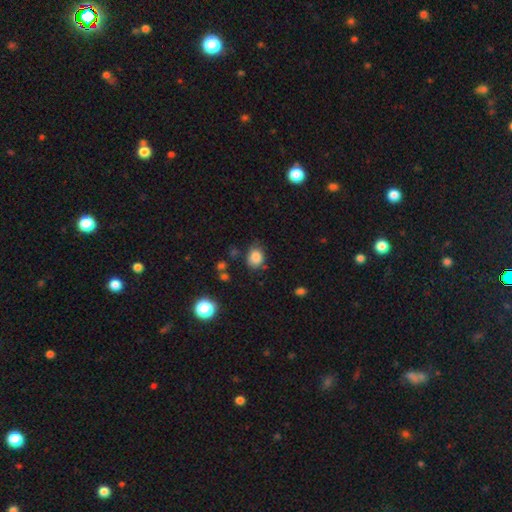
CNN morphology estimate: A smooth galaxy with no disk features (84%) that is in between round and cigar-shaped (51%). Merging: none (70%).